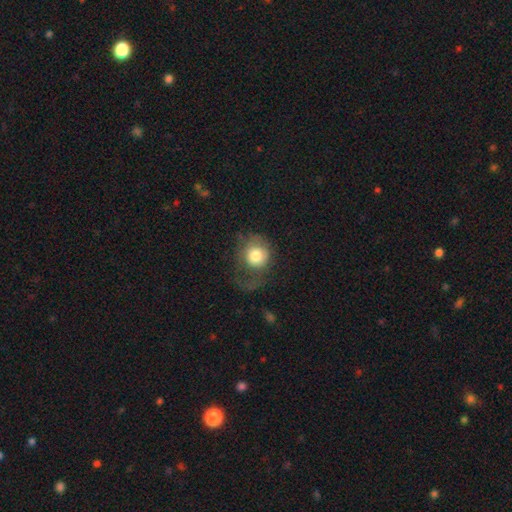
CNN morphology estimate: smooth-or-featured: smooth: 74% | featured or disk: 18% | star or artifact: 8%
  how-rounded: round: 78% | in between: 21% | cigar-shaped: 1%
  merging: major disturbance: 41% | none: 34% | minor disturbance: 23% | merger: 2%